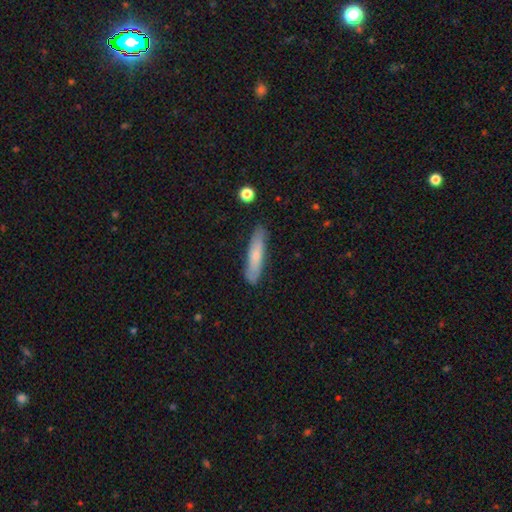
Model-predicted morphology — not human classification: smooth-or-featured: smooth: 66% | featured or disk: 28% | star or artifact: 6%
  how-rounded: cigar-shaped: 84% | in between: 14% | round: 2%
  merging: none: 85% | minor disturbance: 12% | major disturbance: 2% | merger: 1%